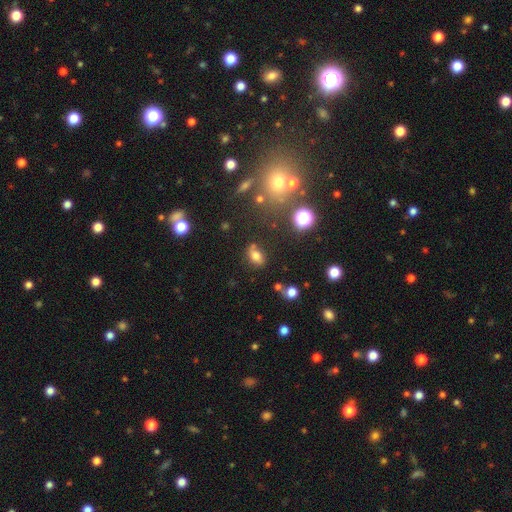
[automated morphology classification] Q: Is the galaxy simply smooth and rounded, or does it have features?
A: smooth — 71%.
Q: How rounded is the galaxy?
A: in between — 78%.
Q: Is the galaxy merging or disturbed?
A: none — 67%.